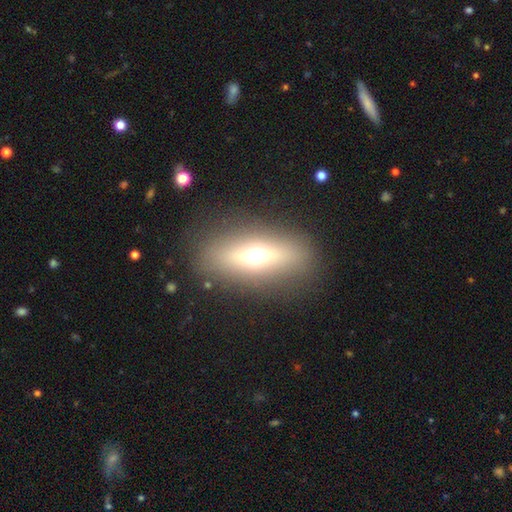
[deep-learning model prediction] smooth-or-featured: smooth: 47% | featured or disk: 42% | star or artifact: 12%
  merging: none: 85% | minor disturbance: 9% | major disturbance: 5% | merger: 1%